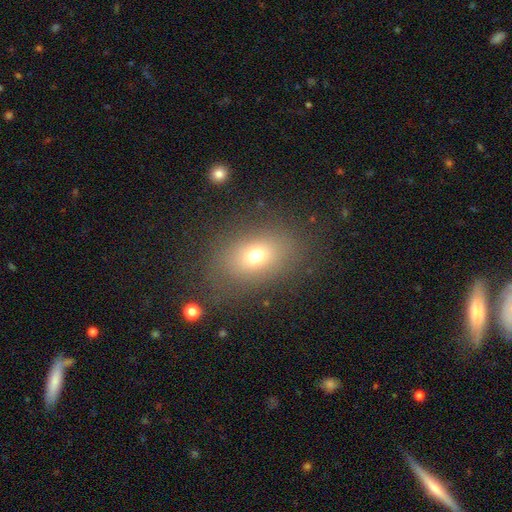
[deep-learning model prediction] Smooth or featured?
  - smooth: 69% *
  - star or artifact: 16%
  - featured or disk: 15%
How rounded?
  - in between: 71% *
  - round: 27%
  - cigar-shaped: 2%
Merging?
  - none: 77% *
  - minor disturbance: 13%
  - major disturbance: 8%
  - merger: 2%